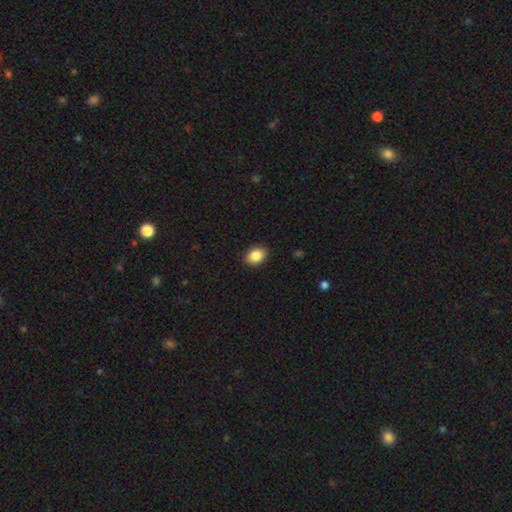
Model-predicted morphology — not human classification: smooth 87%, star or artifact 8%, featured or disk 5%. Down the decision tree: how rounded — in between (72%); merging — none (89%).